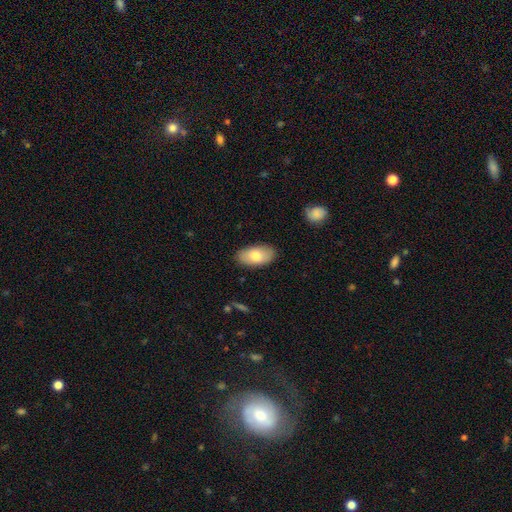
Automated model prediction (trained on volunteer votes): The model was most divided on "smooth or featured": smooth: 78%, featured or disk: 16%, star or artifact: 6%. More confident: how rounded — in between (94%); merging — none (86%).